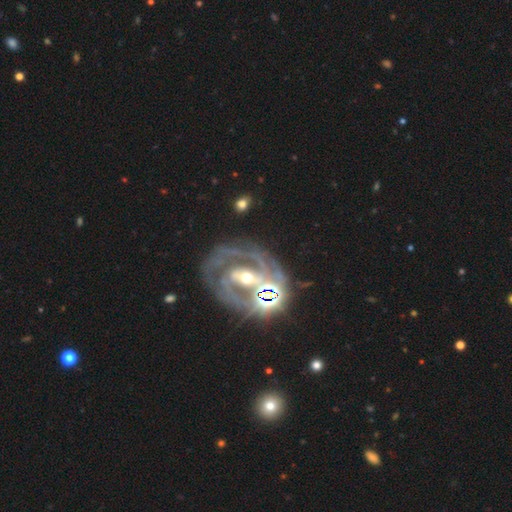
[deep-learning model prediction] Smooth or featured? Predicted: featured or disk (p=0.83). Edge-on disk? Predicted: no (p=0.96). Bar? Predicted: weak (p=0.35). Spiral arms? Predicted: yes (p=0.77). Spiral winding? Predicted: tight (p=0.50). Spiral arm count? Predicted: 2 (p=0.50). Bulge size? Predicted: moderate (p=0.45). Merging? Predicted: none (p=0.47).